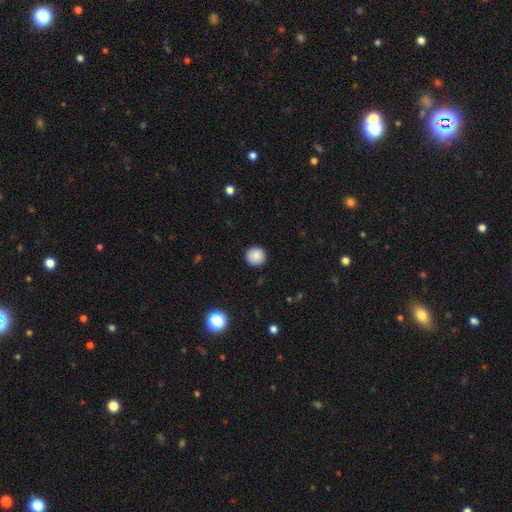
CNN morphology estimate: The model was most divided on "smooth or featured": smooth: 86%, star or artifact: 9%, featured or disk: 5%. More confident: how rounded — round (94%); merging — none (90%).